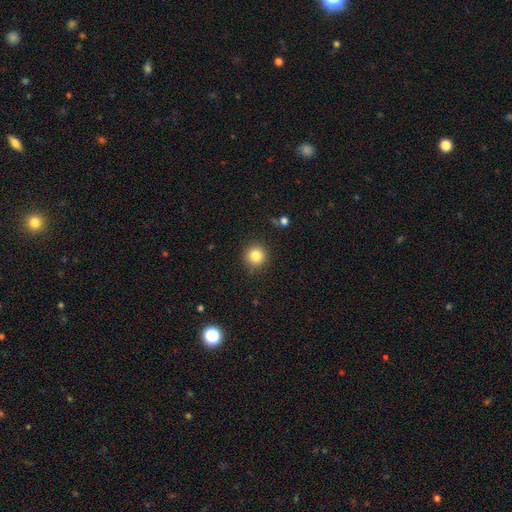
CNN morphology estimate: The model was most divided on "smooth or featured": smooth: 84%, star or artifact: 11%, featured or disk: 6%. More confident: how rounded — round (94%); merging — none (90%).